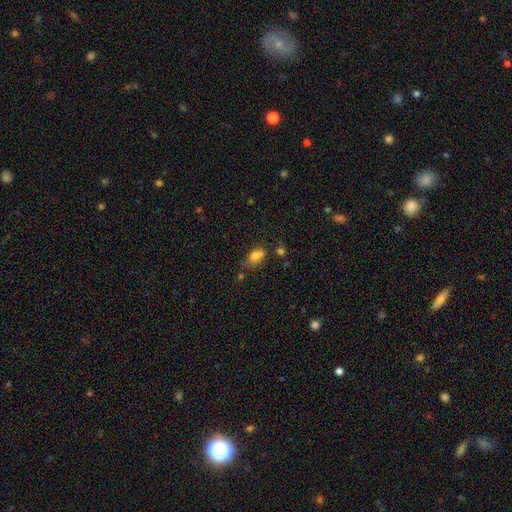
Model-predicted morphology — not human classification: Smooth or featured?
  - smooth: 73% *
  - star or artifact: 14%
  - featured or disk: 13%
How rounded?
  - in between: 75% *
  - round: 22%
  - cigar-shaped: 4%
Merging?
  - none: 41% *
  - merger: 26%
  - minor disturbance: 23%
  - major disturbance: 10%